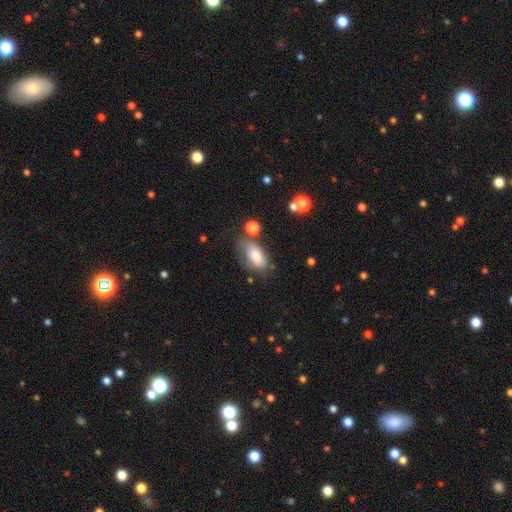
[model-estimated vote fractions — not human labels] smooth-or-featured: smooth: 71% | featured or disk: 21% | star or artifact: 9%
  how-rounded: in between: 91% | round: 5% | cigar-shaped: 4%
  merging: none: 48% | minor disturbance: 29% | major disturbance: 15% | merger: 8%